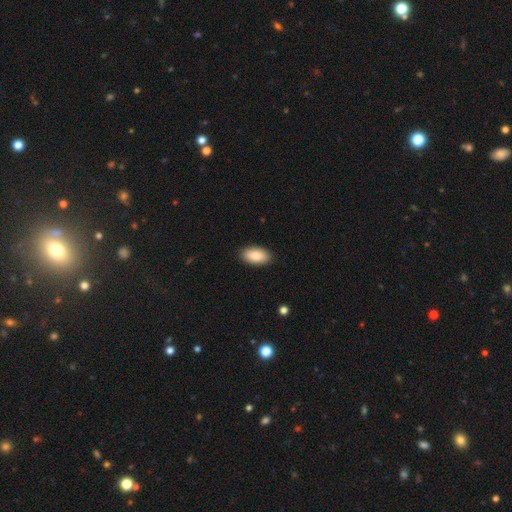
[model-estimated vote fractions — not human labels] Q: Smooth or featured?
A: smooth (88%); runner-up: star or artifact (6%)
Q: How rounded?
A: in between (95%); runner-up: round (3%)
Q: Merging?
A: none (89%); runner-up: minor disturbance (8%)